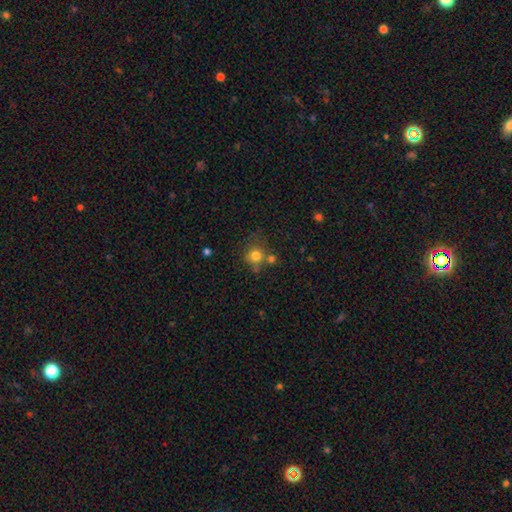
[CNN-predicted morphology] Smooth or featured? Predicted: smooth (p=0.78). How rounded? Predicted: round (p=0.90). Merging? Predicted: none (p=0.64).